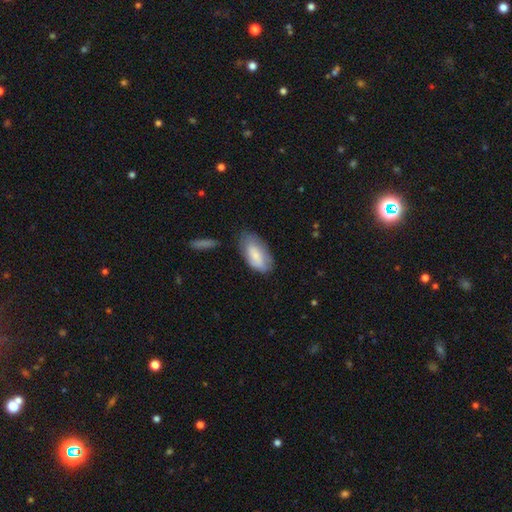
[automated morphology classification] Smooth or featured: smooth — 73% (featured or disk — 21%)
How rounded: in between — 93% (cigar-shaped — 5%)
Merging: none — 66% (minor disturbance — 24%)